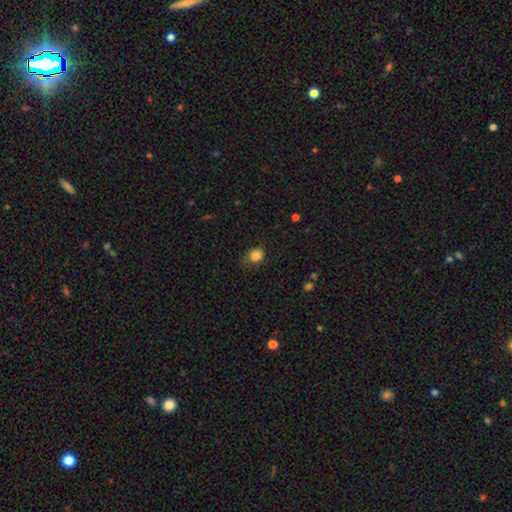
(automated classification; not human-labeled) Q: Smooth or featured?
A: smooth (84%); runner-up: star or artifact (10%)
Q: How rounded?
A: round (52%); runner-up: in between (47%)
Q: Merging?
A: none (58%); runner-up: minor disturbance (29%)